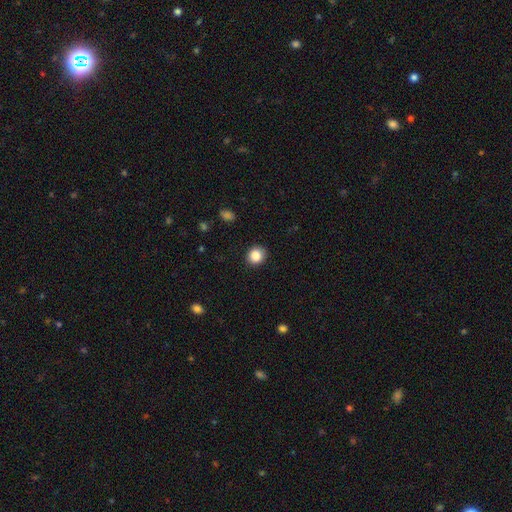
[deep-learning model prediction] This is clearly a smooth galaxy (87%). How rounded: clearly round (82%). Merging: clearly none (88%).